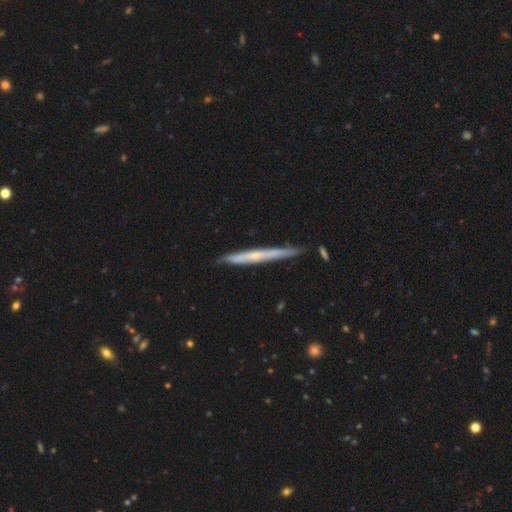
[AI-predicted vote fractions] smooth-or-featured: featured or disk: 60% | smooth: 34% | star or artifact: 6%
  disk-edge-on: yes: 95% | no: 5%
    edge-on-bulge: none: 59% | rounded: 37% | boxy: 4%
  merging: none: 82% | minor disturbance: 14% | merger: 2% | major disturbance: 2%